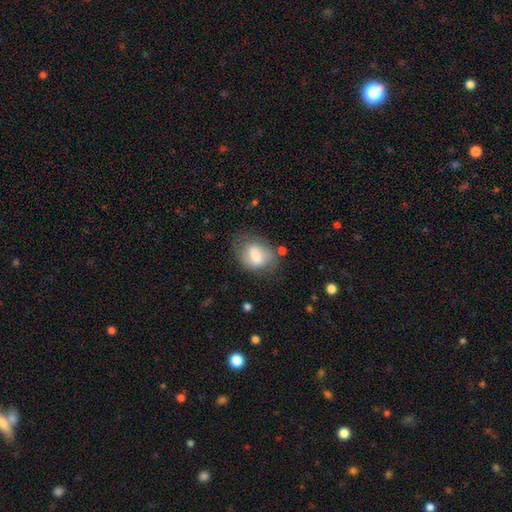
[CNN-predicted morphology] smooth 68%, featured or disk 24%, star or artifact 8%. Down the decision tree: how rounded — in between (68%); merging — none (58%).